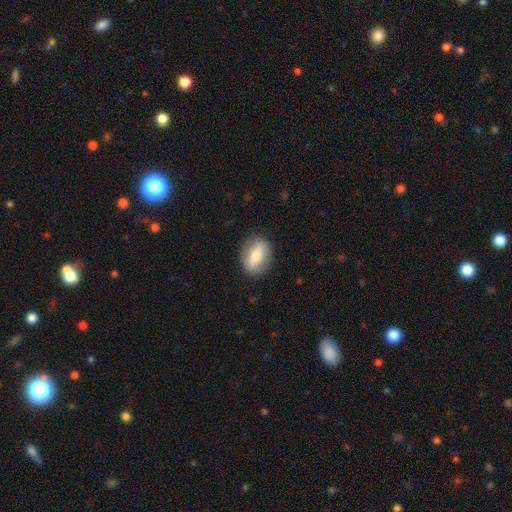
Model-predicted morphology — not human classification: Smooth or featured? smooth (57%)
How rounded? in between (72%)
Merging? none (84%)